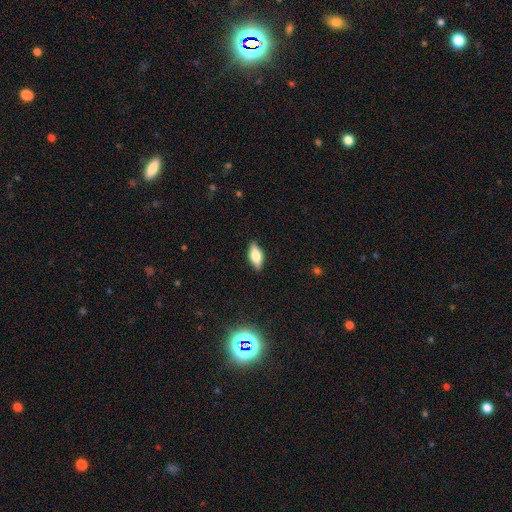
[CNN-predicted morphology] Overall: smooth (62%; featured or disk 30%). How rounded: in between (78%). Merging: none (87%).